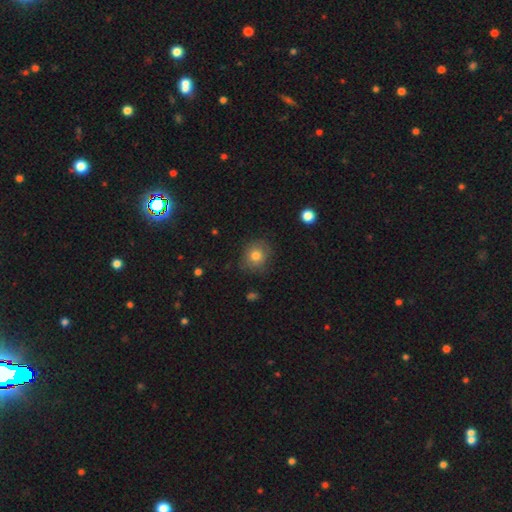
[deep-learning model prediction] smooth 78%, star or artifact 11%, featured or disk 11%. Down the decision tree: how rounded — round (85%); merging — none (81%).